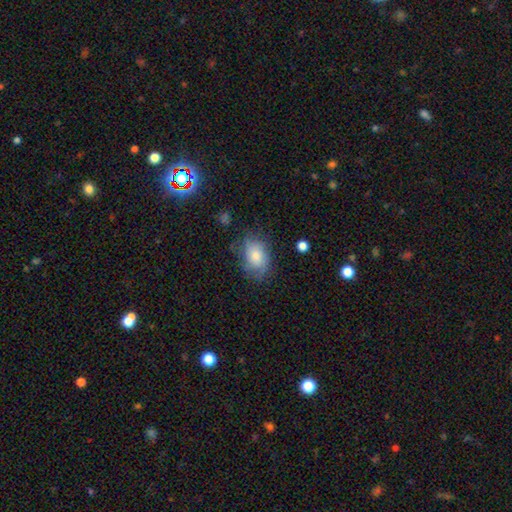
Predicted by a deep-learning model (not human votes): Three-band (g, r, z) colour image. It shows a smooth galaxy with no disk features (71%) that is in between round and cigar-shaped (79%). Merging: none (61%).